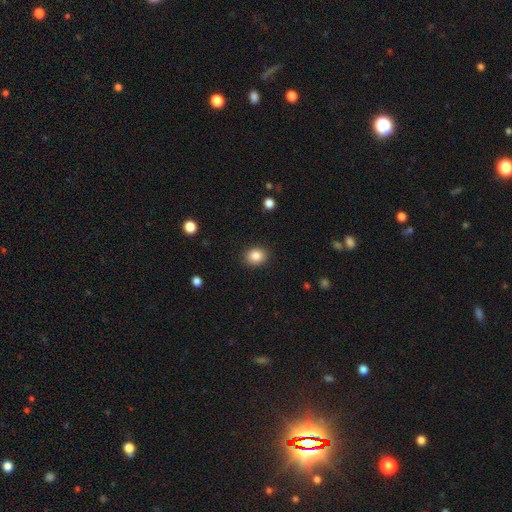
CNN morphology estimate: Q: Smooth or featured?
A: smooth (86%); runner-up: star or artifact (9%)
Q: How rounded?
A: round (59%); runner-up: in between (41%)
Q: Merging?
A: none (89%); runner-up: minor disturbance (7%)